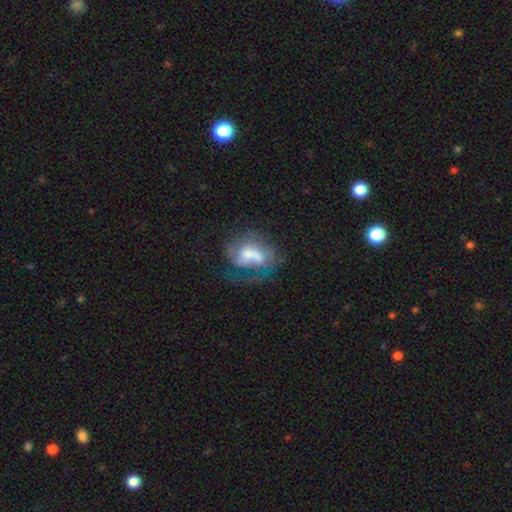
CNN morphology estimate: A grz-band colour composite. It shows a featured or disk galaxy (57%) with no bar (54%), spiral arms (63%) and a moderate central bulge (36%). Merging: major disturbance (42%).